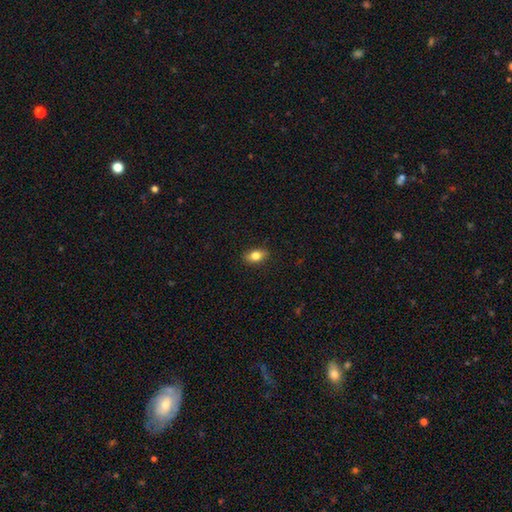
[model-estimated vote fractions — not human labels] smooth 80%, featured or disk 11%, star or artifact 8%. Down the decision tree: how rounded — in between (85%); merging — none (88%).